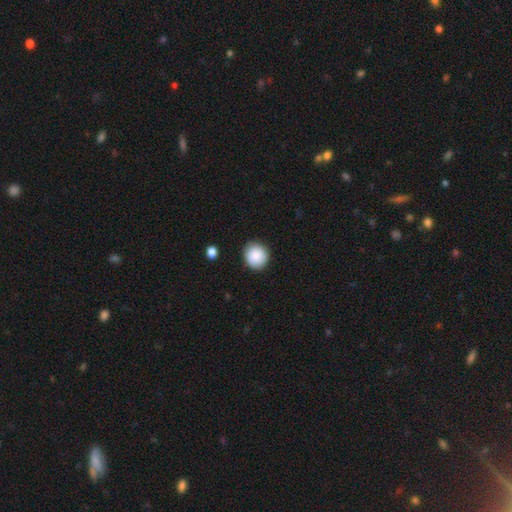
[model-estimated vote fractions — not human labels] This is clearly a smooth galaxy (88%). How rounded: clearly round (87%). Merging: clearly none (88%).